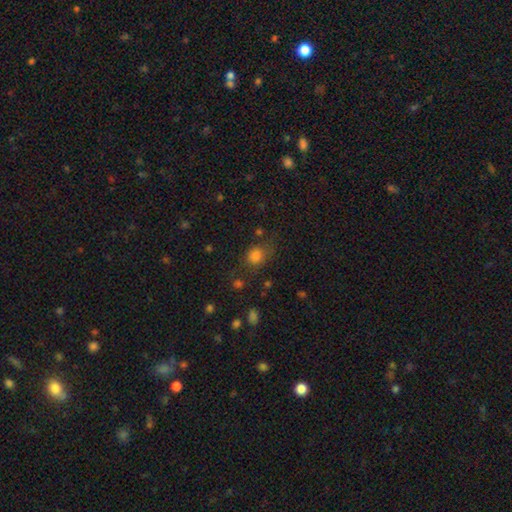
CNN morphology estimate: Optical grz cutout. It shows a smooth galaxy with no disk features (78%) that is round (70%). Merging: none (67%).